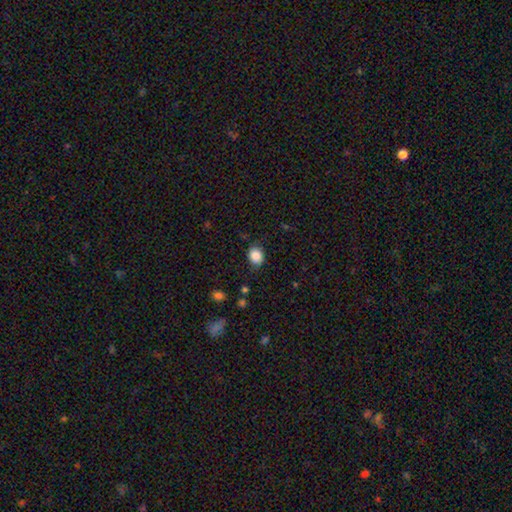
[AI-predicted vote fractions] A smooth galaxy with no disk features (87%) that is round (50%). Merging: none (82%).